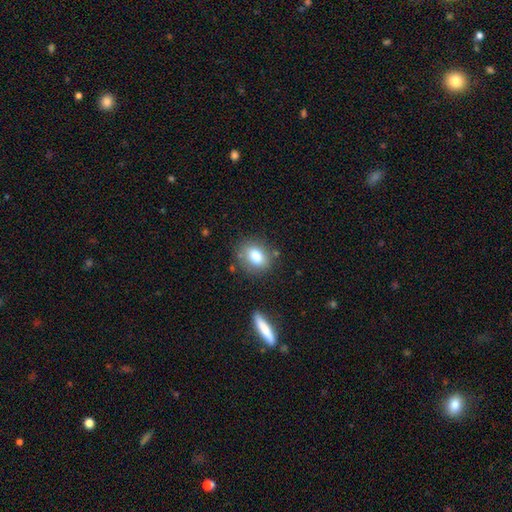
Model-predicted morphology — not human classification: Smooth or featured: smooth — 79% (featured or disk — 12%)
How rounded: in between — 54% (round — 44%)
Merging: none — 79% (minor disturbance — 13%)